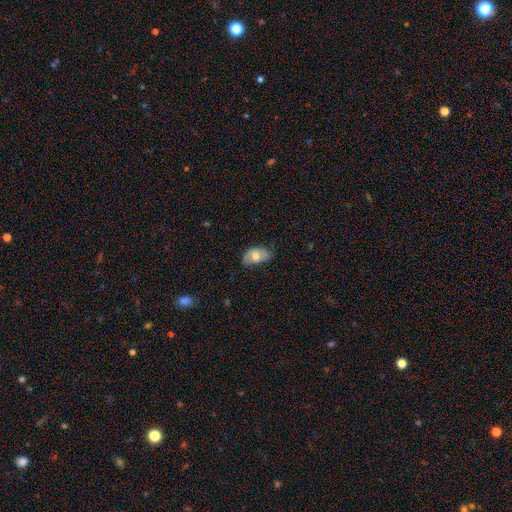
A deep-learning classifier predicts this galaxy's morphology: Q: Smooth or featured?
A: smooth (67%); runner-up: featured or disk (26%)
Q: How rounded?
A: in between (91%); runner-up: round (8%)
Q: Merging?
A: none (61%); runner-up: minor disturbance (31%)